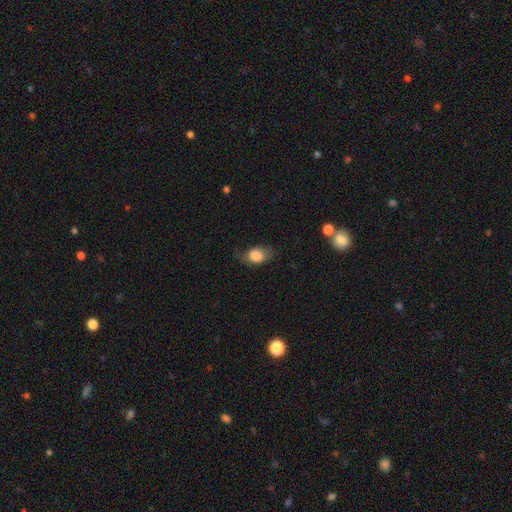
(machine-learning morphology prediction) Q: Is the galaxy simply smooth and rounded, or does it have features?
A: smooth — 81%.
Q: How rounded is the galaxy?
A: in between — 78%.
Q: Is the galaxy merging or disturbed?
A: none — 53%.